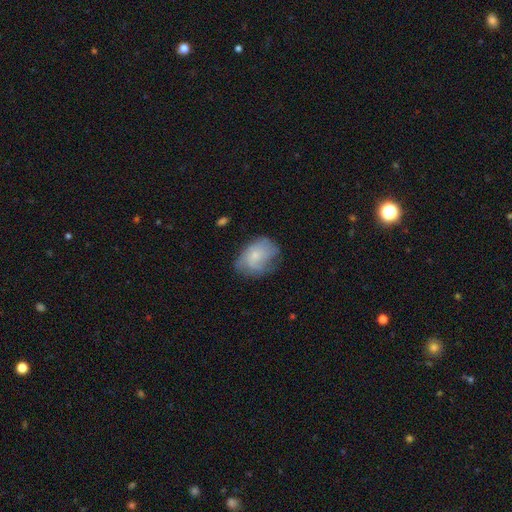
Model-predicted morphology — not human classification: Smooth or featured?
  - smooth: 49% *
  - featured or disk: 43%
  - star or artifact: 8%
Merging?
  - none: 54% *
  - minor disturbance: 30%
  - major disturbance: 14%
  - merger: 2%